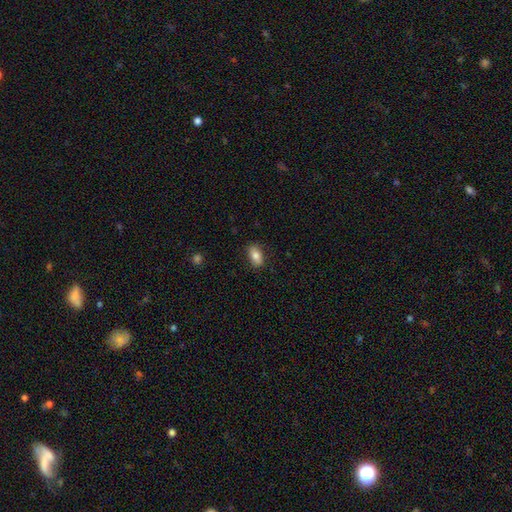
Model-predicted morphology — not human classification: Smooth or featured: smooth — 83% (featured or disk — 10%)
How rounded: in between — 89% (cigar-shaped — 6%)
Merging: none — 86% (minor disturbance — 11%)